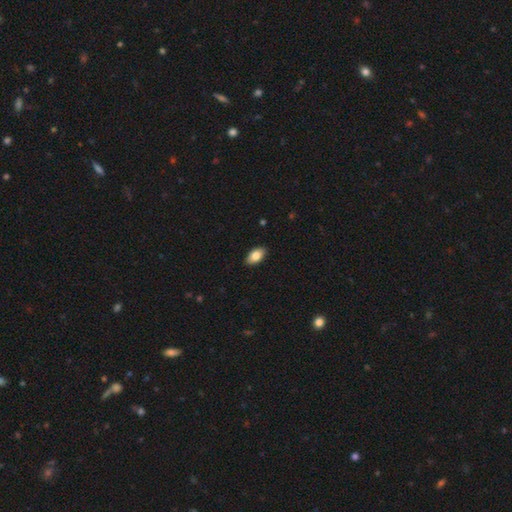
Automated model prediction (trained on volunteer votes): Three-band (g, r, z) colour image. It shows a smooth galaxy with no disk features (83%) that is in between round and cigar-shaped (94%). Merging: none (89%).